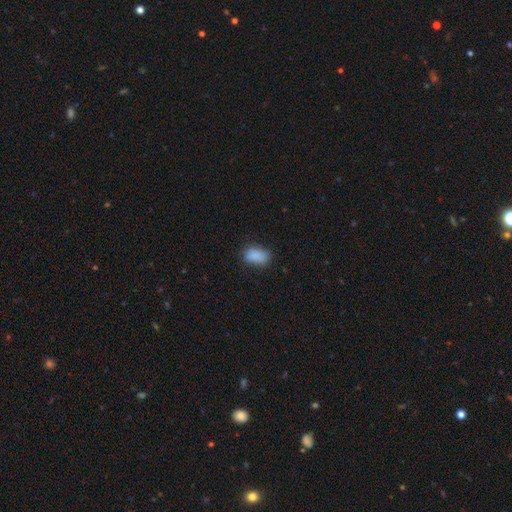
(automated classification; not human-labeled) A smooth galaxy with no disk features (85%) that is in between round and cigar-shaped (89%). Merging: none (68%).